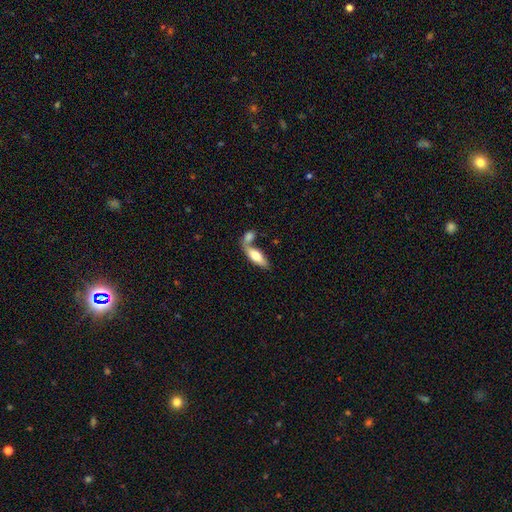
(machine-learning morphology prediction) Overall: smooth (67%; featured or disk 28%). How rounded: in between (70%). Merging: merger (45%; none 39%).